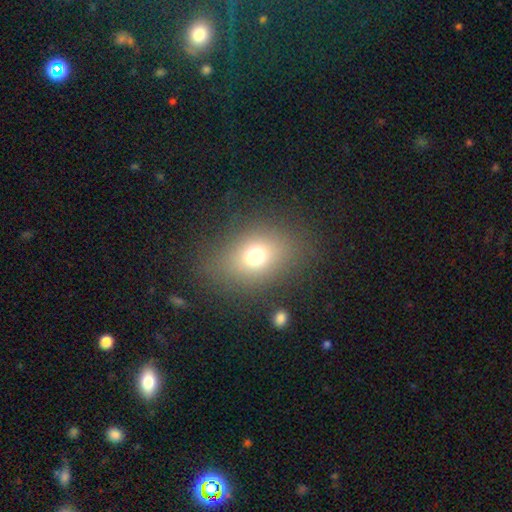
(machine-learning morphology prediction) A smooth galaxy with no disk features (69%) that is in between round and cigar-shaped (55%).

Vote fractions:
- Smooth or featured? smooth: 69% / star or artifact: 18% / featured or disk: 13%
- How rounded? in between: 55% / round: 44% / cigar-shaped: 2%
- Merging? none: 79% / minor disturbance: 11% / major disturbance: 8% / merger: 3%